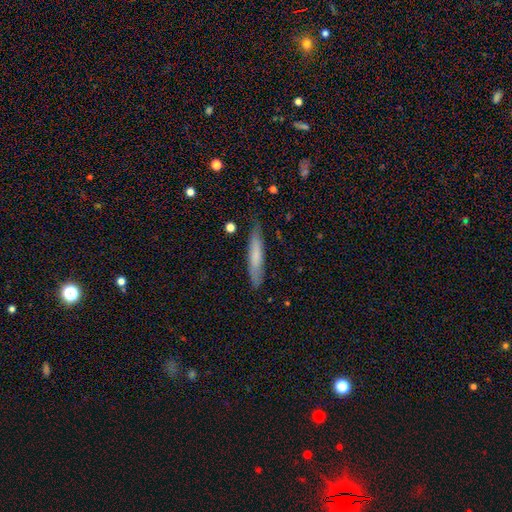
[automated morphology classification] Smooth or featured? Predicted: smooth (p=0.68). How rounded? Predicted: cigar-shaped (p=0.91). Merging? Predicted: none (p=0.81).